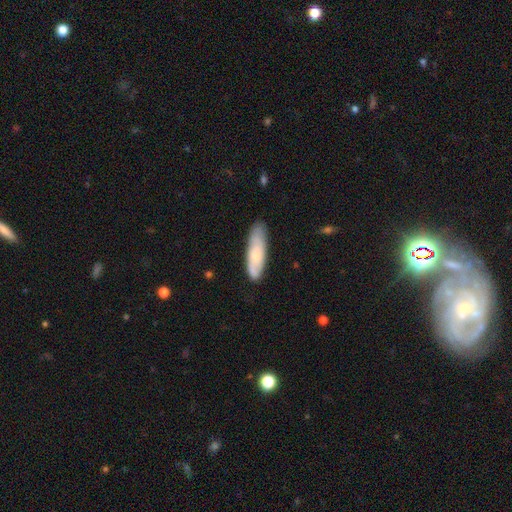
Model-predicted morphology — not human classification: A smooth galaxy with no disk features (65%) that is cigar-shaped (59%).

Vote fractions:
- Smooth or featured? smooth: 65% / featured or disk: 29% / star or artifact: 6%
- How rounded? cigar-shaped: 59% / in between: 39% / round: 2%
- Merging? none: 74% / minor disturbance: 20% / major disturbance: 4% / merger: 2%